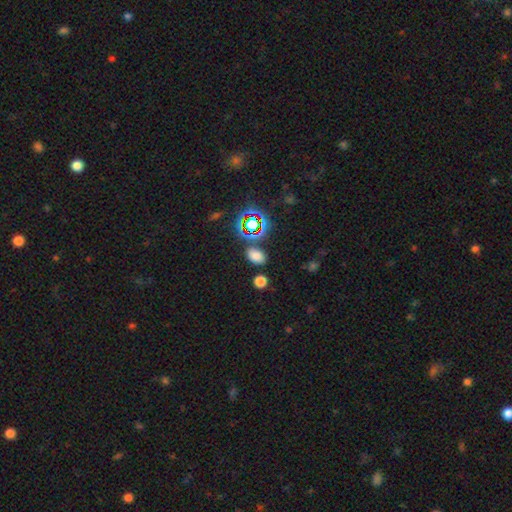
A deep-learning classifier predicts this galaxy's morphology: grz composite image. It shows a smooth galaxy with no disk features (72%) that is in between round and cigar-shaped (81%). Merging: none (80%).